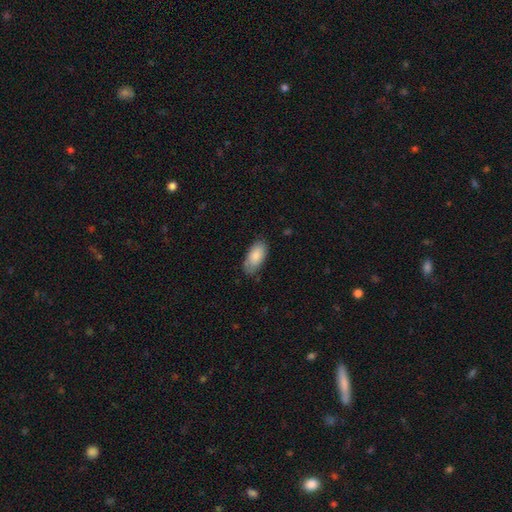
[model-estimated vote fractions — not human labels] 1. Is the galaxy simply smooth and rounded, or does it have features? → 84% smooth, 10% featured or disk, 6% star or artifact.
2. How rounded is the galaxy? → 93% in between, 5% cigar-shaped, 2% round.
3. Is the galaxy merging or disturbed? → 75% none, 20% minor disturbance, 4% major disturbance, 1% merger.